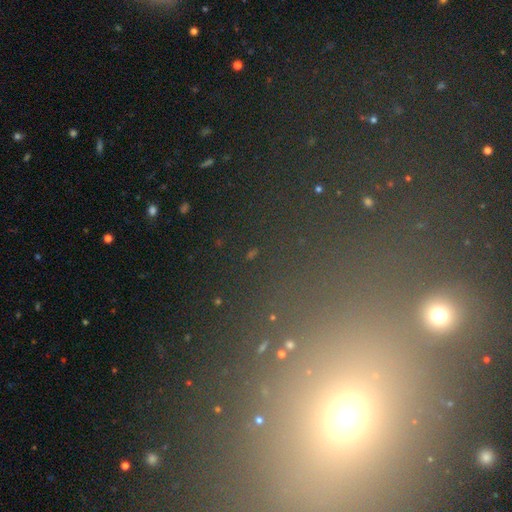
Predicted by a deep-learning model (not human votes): star or artifact 62%, smooth 27%, featured or disk 11%.